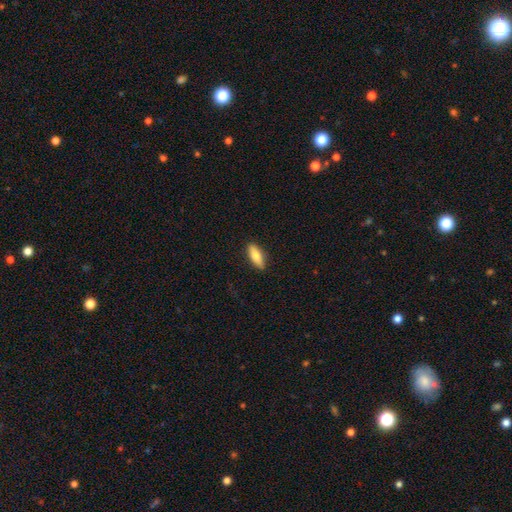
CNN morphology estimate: Smooth or featured?
  - smooth: 77% *
  - featured or disk: 18%
  - star or artifact: 6%
How rounded?
  - in between: 67% *
  - cigar-shaped: 30%
  - round: 2%
Merging?
  - none: 89% *
  - minor disturbance: 9%
  - major disturbance: 2%
  - merger: 1%